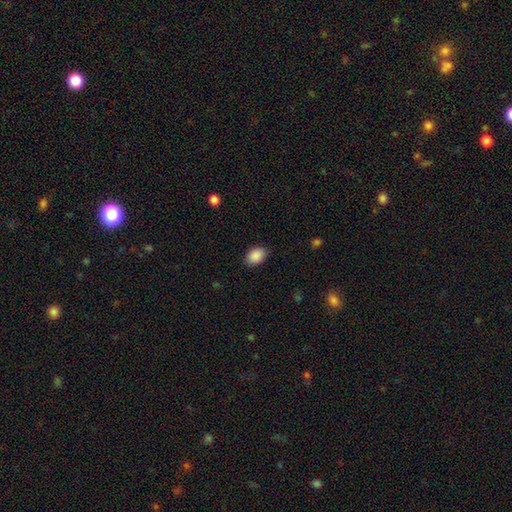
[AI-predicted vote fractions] Q: Smooth or featured?
A: smooth (90%); runner-up: star or artifact (7%)
Q: How rounded?
A: in between (81%); runner-up: round (18%)
Q: Merging?
A: none (86%); runner-up: minor disturbance (10%)